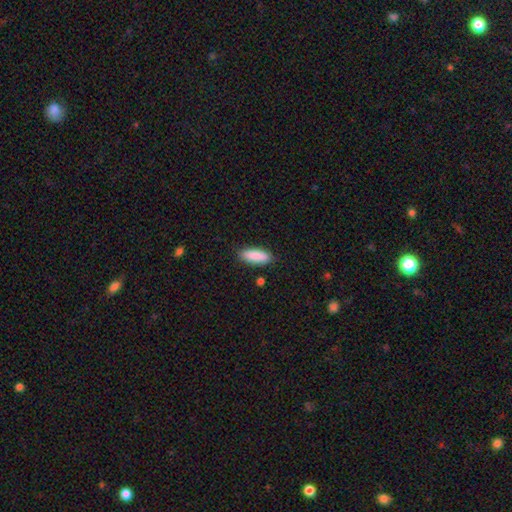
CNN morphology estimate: This appears to be a smooth galaxy with no disk features (88%) that is in between round and cigar-shaped (66%). Merging: none (86%).